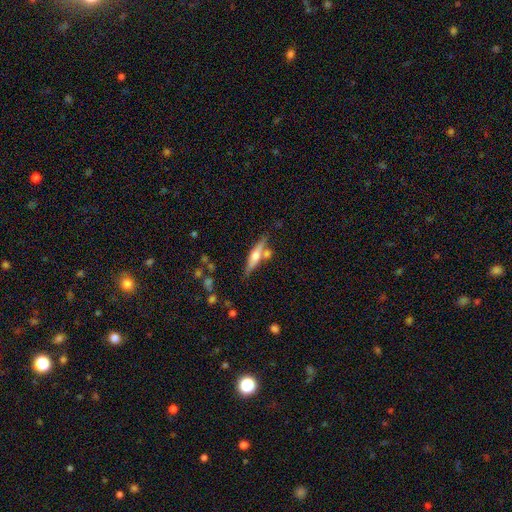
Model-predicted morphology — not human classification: Smooth or featured?
  - featured or disk: 58% *
  - smooth: 35%
  - star or artifact: 7%
Edge-on disk?
  - yes: 94% *
  - no: 6%
Edge-on bulge?
  - rounded: 89% *
  - boxy: 6%
  - none: 5%
Merging?
  - none: 69% *
  - merger: 15%
  - minor disturbance: 12%
  - major disturbance: 3%